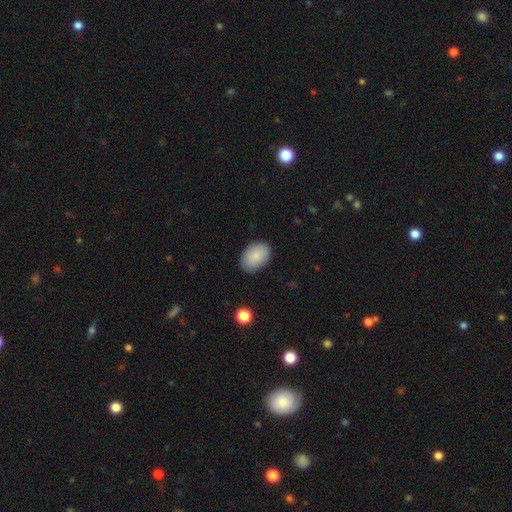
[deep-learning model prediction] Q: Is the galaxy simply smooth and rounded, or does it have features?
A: smooth — 86%.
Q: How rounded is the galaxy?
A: in between — 85%.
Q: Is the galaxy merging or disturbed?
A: none — 85%.